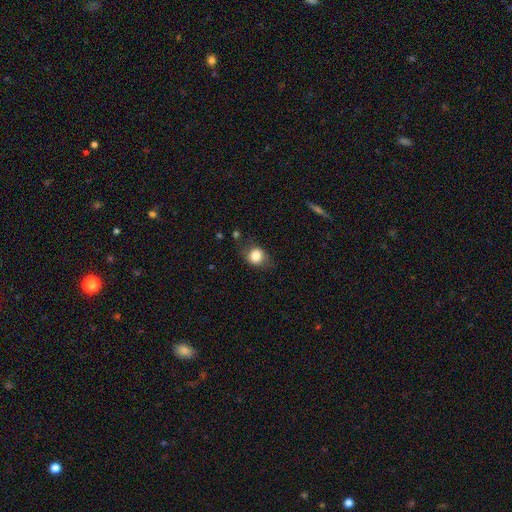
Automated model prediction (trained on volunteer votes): Smooth or featured?
  - smooth: 80% *
  - featured or disk: 11%
  - star or artifact: 9%
How rounded?
  - round: 64% *
  - in between: 34%
  - cigar-shaped: 1%
Merging?
  - none: 68% *
  - minor disturbance: 22%
  - major disturbance: 8%
  - merger: 2%